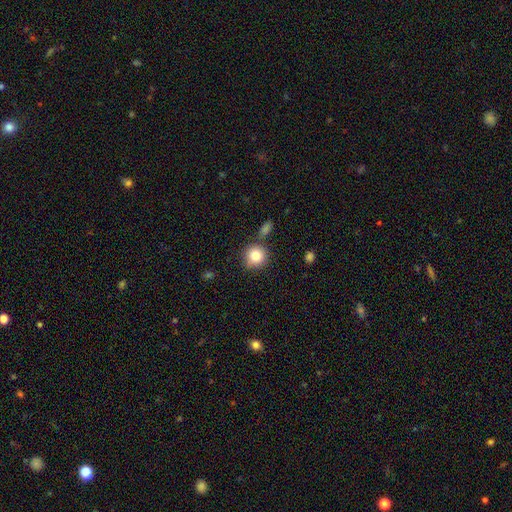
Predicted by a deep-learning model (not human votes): Smooth or featured? Predicted: smooth (p=0.81). How rounded? Predicted: round (p=0.91). Merging? Predicted: none (p=0.76).